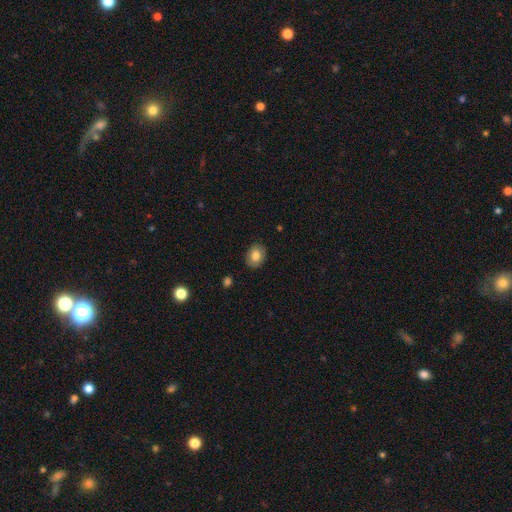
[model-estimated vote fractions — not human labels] Overall: smooth (79%). How rounded: in between (54%; round 45%). Merging: none (89%).